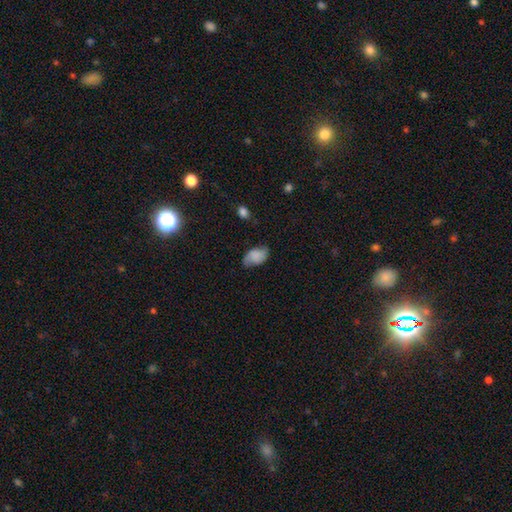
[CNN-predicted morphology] type=smooth (70%); roundness=in between (91%); merging=none (60%).